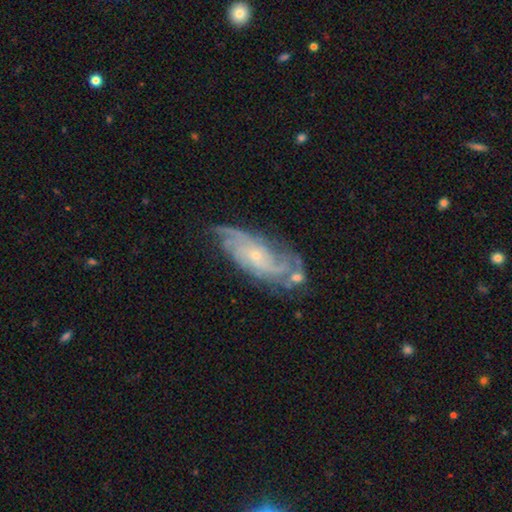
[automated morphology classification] This is clearly a featured or disk galaxy (85%). It is clearly not viewed edge-on (92%). Bar: likely no (71%). Spiral arm pattern: clearly yes (95%). Spiral arm count: marginally can't tell (29%). Spiral winding: possibly tight (46%). Central bulge: likely small (78%). Merging: likely none (60%).